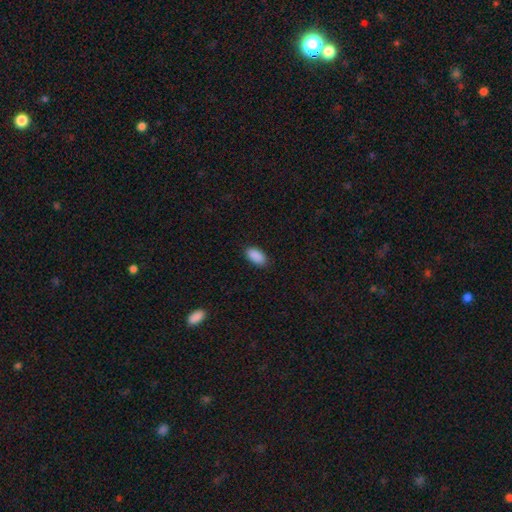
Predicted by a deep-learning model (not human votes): This appears to be a smooth galaxy with no disk features (90%) that is in between round and cigar-shaped (94%). Merging: none (88%).